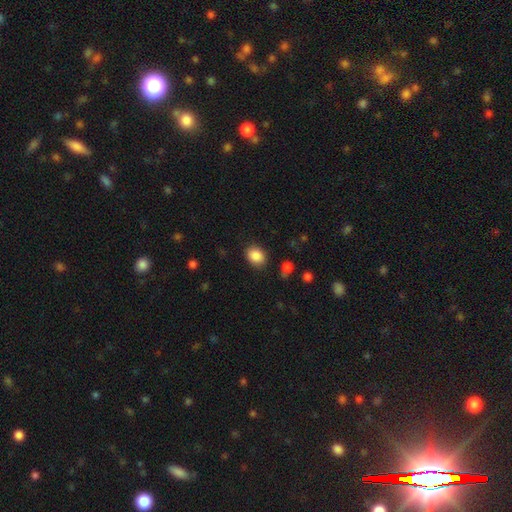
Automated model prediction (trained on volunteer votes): Smooth or featured?
  - smooth: 88% *
  - star or artifact: 8%
  - featured or disk: 4%
How rounded?
  - in between: 60% *
  - round: 39%
  - cigar-shaped: 1%
Merging?
  - none: 85% *
  - minor disturbance: 11%
  - major disturbance: 3%
  - merger: 2%